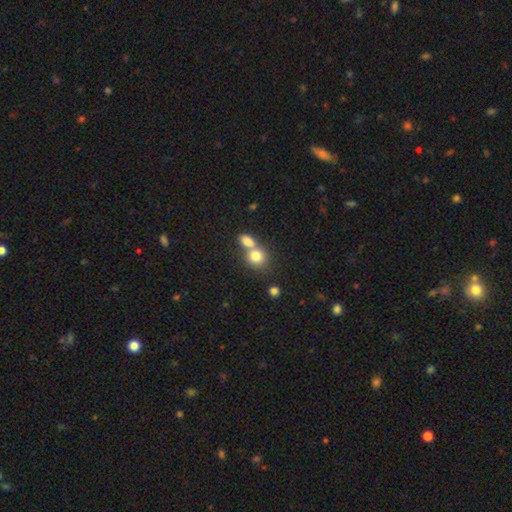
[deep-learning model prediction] Q: Smooth or featured?
A: smooth (79%); runner-up: featured or disk (11%)
Q: How rounded?
A: round (74%); runner-up: in between (25%)
Q: Merging?
A: merger (55%); runner-up: none (35%)